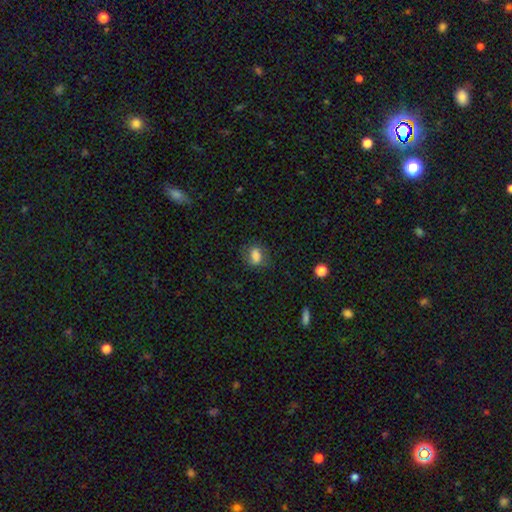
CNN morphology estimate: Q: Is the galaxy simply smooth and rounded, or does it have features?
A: smooth — 79%.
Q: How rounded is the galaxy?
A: in between — 75%.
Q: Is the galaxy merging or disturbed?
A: none — 69%.